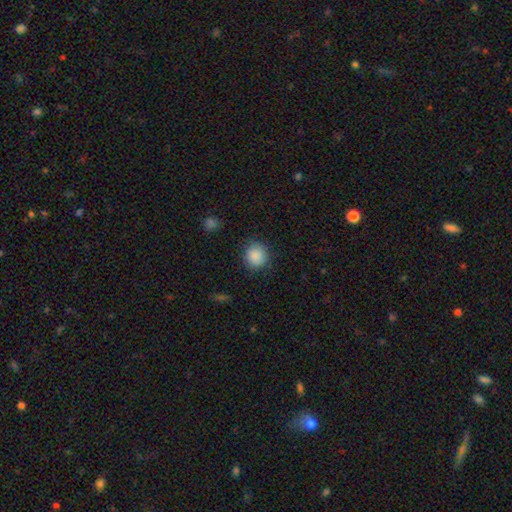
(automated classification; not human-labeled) Morphology: type=smooth (88%); roundness=round (88%); merging=none (84%).